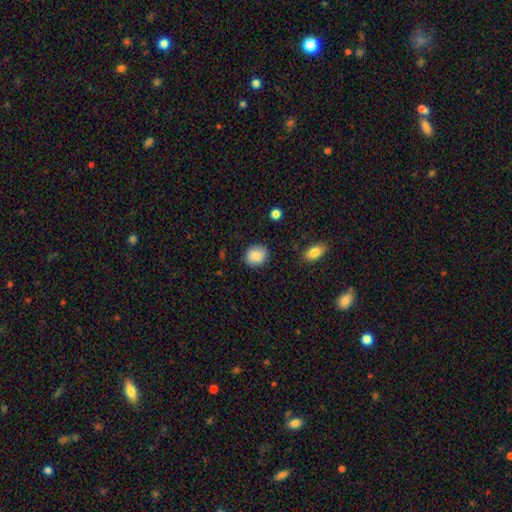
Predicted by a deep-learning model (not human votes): The model was most divided on "how rounded": round: 66%, in between: 33%, cigar-shaped: 1%. More confident: smooth or featured — smooth (87%); merging — none (84%).